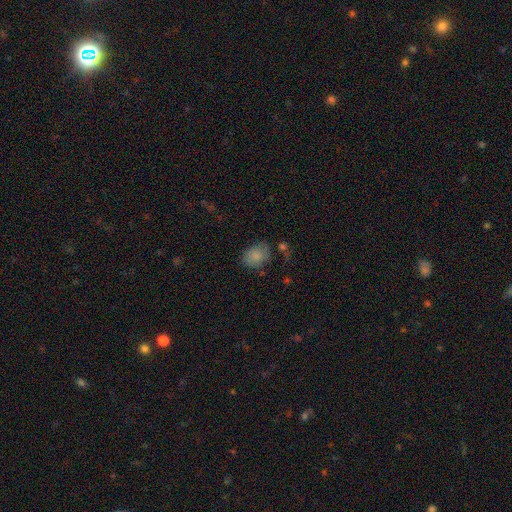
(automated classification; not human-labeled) smooth_or_featured: smooth (p=0.84) [alt: star or artifact p=0.09]
how_rounded: in between (p=0.64) [alt: round p=0.35]
merging: none (p=0.66) [alt: minor disturbance p=0.22]